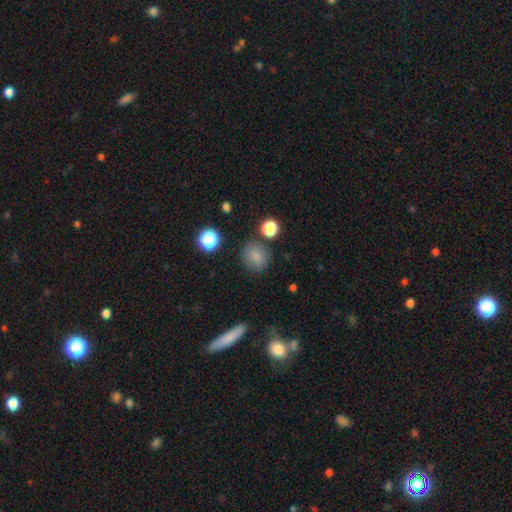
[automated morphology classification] Smooth or featured?
  - smooth: 81% *
  - star or artifact: 13%
  - featured or disk: 6%
How rounded?
  - round: 78% *
  - in between: 21%
  - cigar-shaped: 1%
Merging?
  - none: 81% *
  - minor disturbance: 11%
  - merger: 4%
  - major disturbance: 4%